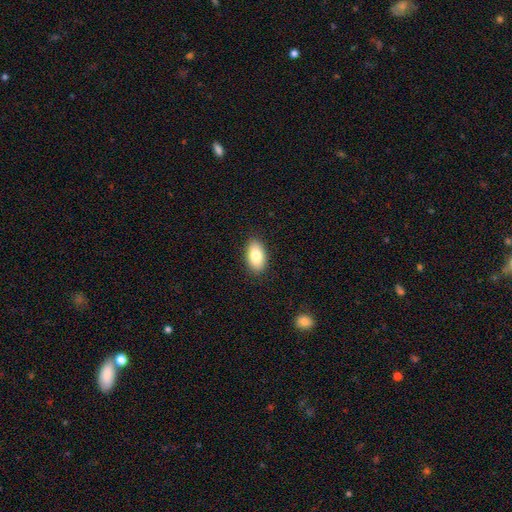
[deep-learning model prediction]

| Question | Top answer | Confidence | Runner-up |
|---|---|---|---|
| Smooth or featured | smooth | 81% | featured or disk (12%) |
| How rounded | in between | 93% | round (5%) |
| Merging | none | 89% | minor disturbance (8%) |